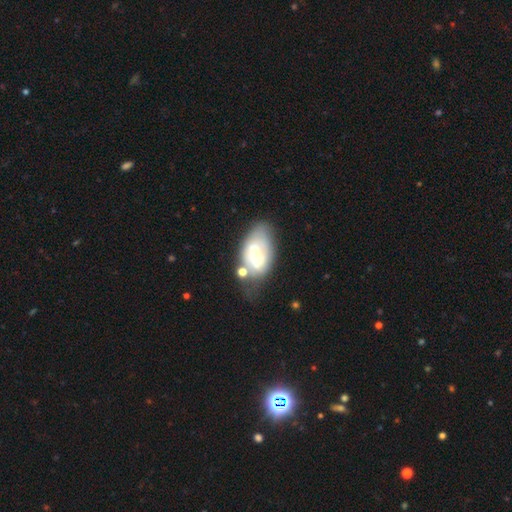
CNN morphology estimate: smooth_or_featured: featured or disk (p=0.61) [alt: smooth p=0.32]
disk_edge_on: no (p=0.95) [alt: yes p=0.05]
bar: no (p=0.62) [alt: weak p=0.31]
has_spiral_arms: yes (p=0.63) [alt: no p=0.37]
bulge_size: small (p=0.59) [alt: moderate p=0.34]
merging: none (p=0.43) [alt: minor disturbance p=0.26]